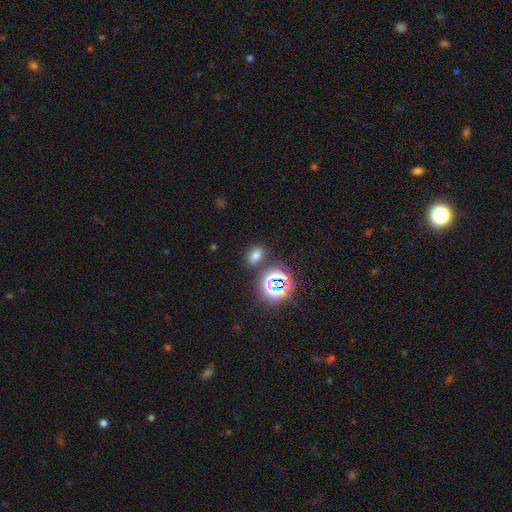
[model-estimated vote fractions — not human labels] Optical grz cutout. It shows a smooth galaxy with no disk features (64%) that is in between round and cigar-shaped (72%). Merging: none (80%).